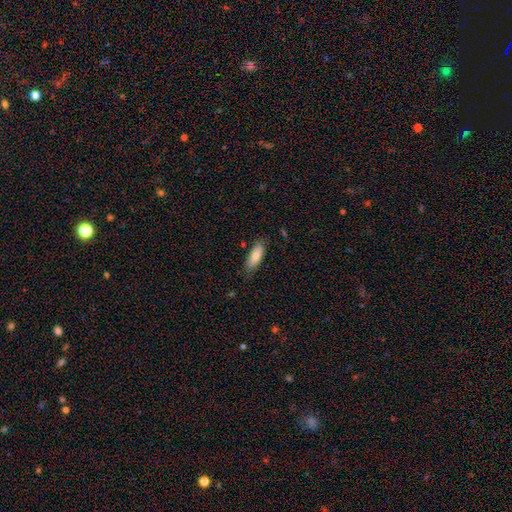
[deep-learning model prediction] smooth_or_featured: smooth (p=0.80) [alt: featured or disk p=0.13]
how_rounded: in between (p=0.70) [alt: cigar-shaped p=0.28]
merging: none (p=0.78) [alt: minor disturbance p=0.17]